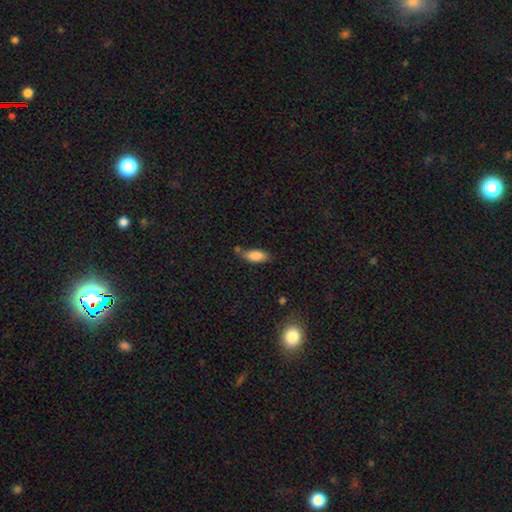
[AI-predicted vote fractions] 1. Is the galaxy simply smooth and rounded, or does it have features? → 84% smooth, 8% featured or disk, 8% star or artifact.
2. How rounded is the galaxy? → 82% in between, 16% cigar-shaped, 2% round.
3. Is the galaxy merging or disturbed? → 60% none, 23% minor disturbance, 12% merger, 6% major disturbance.